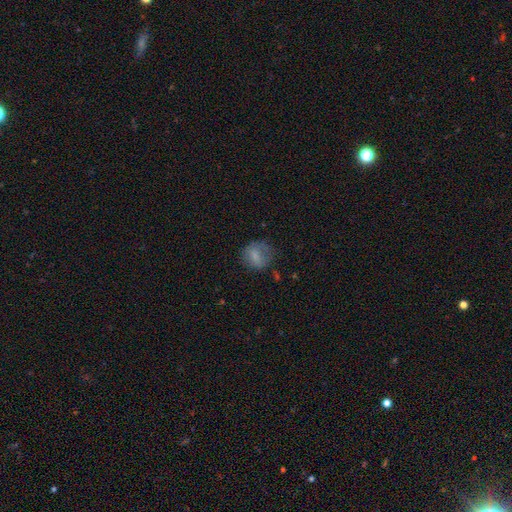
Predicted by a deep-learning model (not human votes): A smooth galaxy with no disk features (74%) that is round (67%). Merging: none (59%).